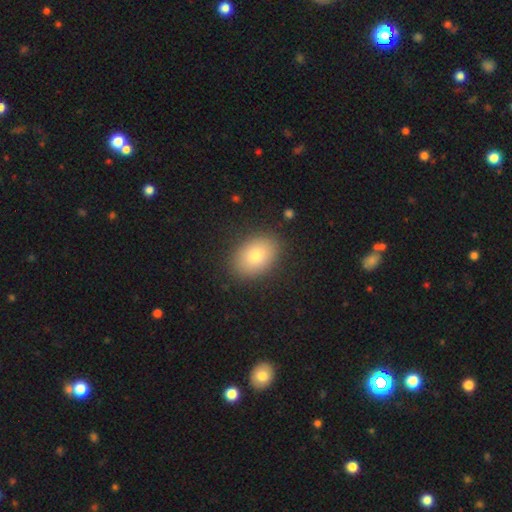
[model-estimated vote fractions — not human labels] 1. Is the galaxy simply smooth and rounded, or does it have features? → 79% smooth, 13% featured or disk, 8% star or artifact.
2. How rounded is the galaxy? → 80% in between, 19% round, 1% cigar-shaped.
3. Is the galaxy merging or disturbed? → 87% none, 9% minor disturbance, 3% major disturbance, 1% merger.